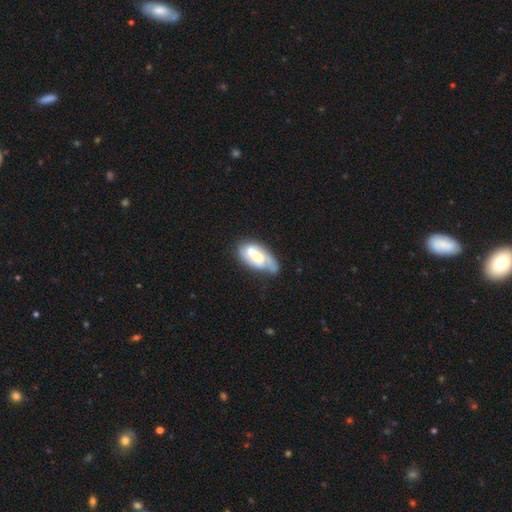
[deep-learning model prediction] smooth_or_featured: featured or disk (p=0.57) [alt: smooth p=0.37]
disk_edge_on: no (p=0.92) [alt: yes p=0.08]
bar: weak (p=0.38) [alt: no p=0.36]
has_spiral_arms: yes (p=0.76) [alt: no p=0.24]
bulge_size: moderate (p=0.38) [alt: large p=0.24]
merging: none (p=0.44) [alt: minor disturbance p=0.34]